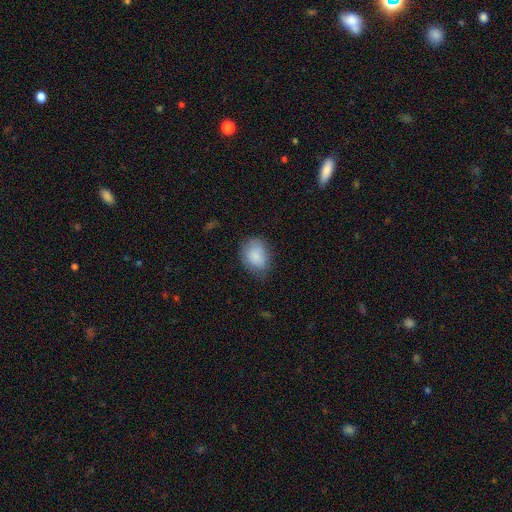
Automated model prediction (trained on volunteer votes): Smooth or featured? Predicted: smooth (p=0.84). How rounded? Predicted: in between (p=0.61). Merging? Predicted: none (p=0.65).